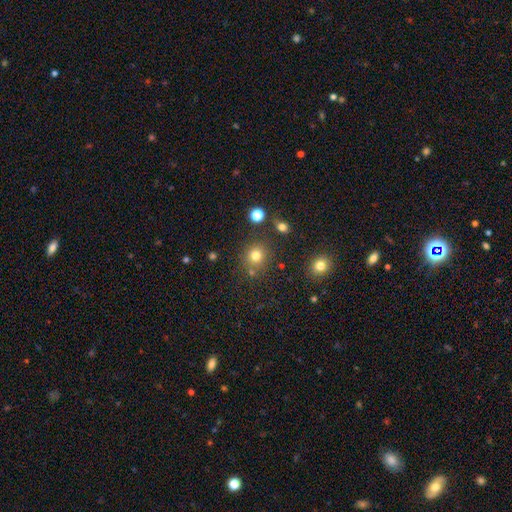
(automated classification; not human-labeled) A smooth galaxy with no disk features (77%) that is round (85%).

Vote fractions:
- Smooth or featured? smooth: 77% / star or artifact: 16% / featured or disk: 7%
- How rounded? round: 85% / in between: 14% / cigar-shaped: 1%
- Merging? none: 78% / minor disturbance: 10% / merger: 8% / major disturbance: 4%